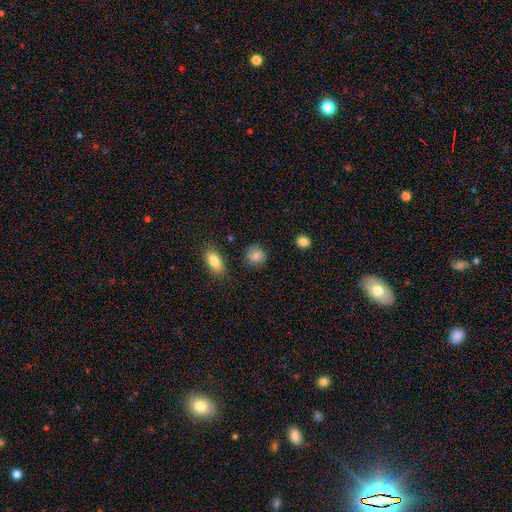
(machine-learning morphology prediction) Smooth or featured? smooth (84%)
How rounded? round (78%)
Merging? none (82%)